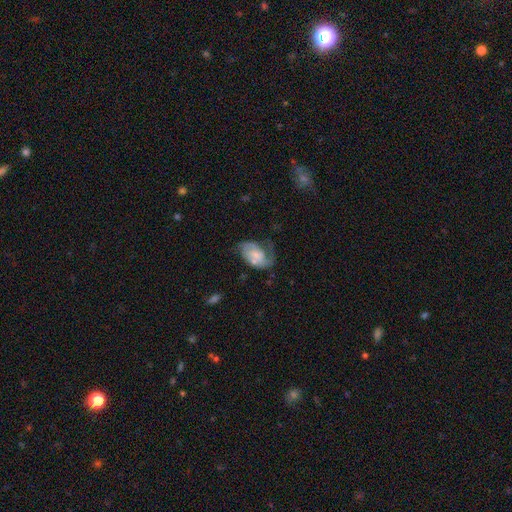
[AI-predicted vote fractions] Smooth or featured? featured or disk (63%)
Edge-on disk? no (97%)
Bar? no (62%)
Spiral arms? yes (85%)
Spiral winding? medium (43%)
Spiral arm count? 2 (63%)
Bulge size? small (42%)
Merging? none (40%)